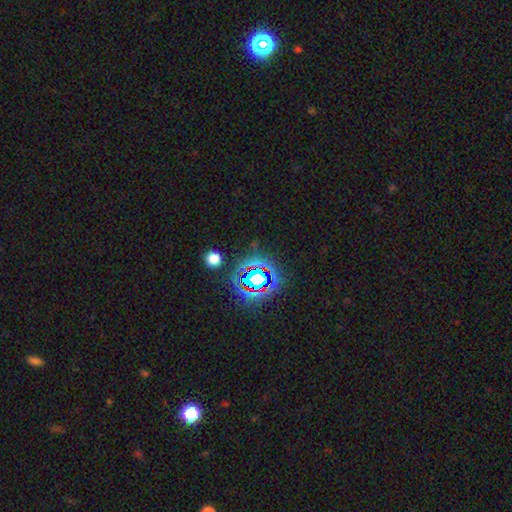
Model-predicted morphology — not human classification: A star or artifact, not a galaxy (71%).